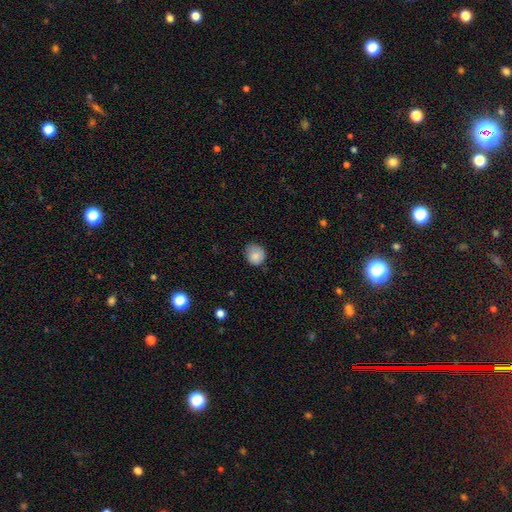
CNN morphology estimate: This is clearly a smooth galaxy (85%). How rounded: clearly round (80%). Merging: likely none (69%).